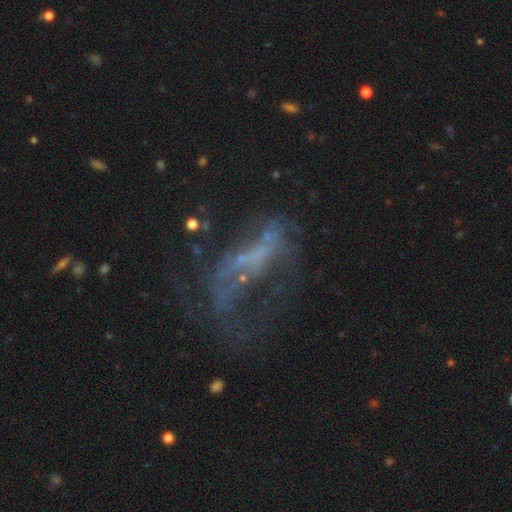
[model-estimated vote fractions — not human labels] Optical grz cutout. It shows a featured or disk galaxy (59%) with no bar (67%), no spiral arms (75%) and no central bulge (70%). Merging: major disturbance (46%).